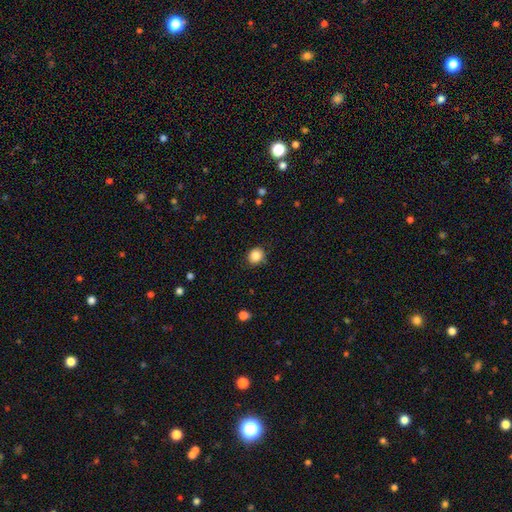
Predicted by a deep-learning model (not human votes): Smooth or featured: smooth — 86% (star or artifact — 10%)
How rounded: round — 78% (in between — 21%)
Merging: none — 84% (minor disturbance — 12%)